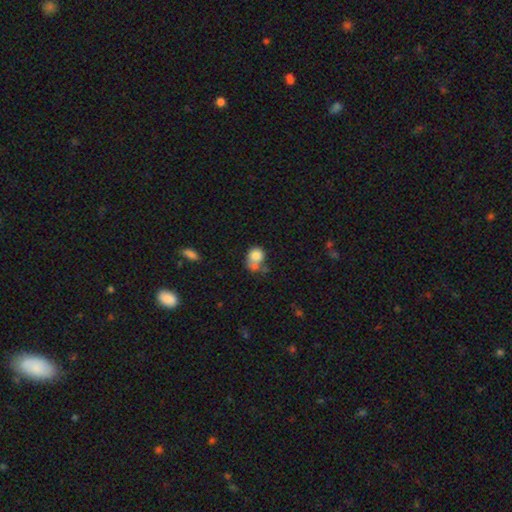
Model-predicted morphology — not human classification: Smooth or featured? Predicted: smooth (p=0.77). How rounded? Predicted: round (p=0.63). Merging? Predicted: merger (p=0.41).